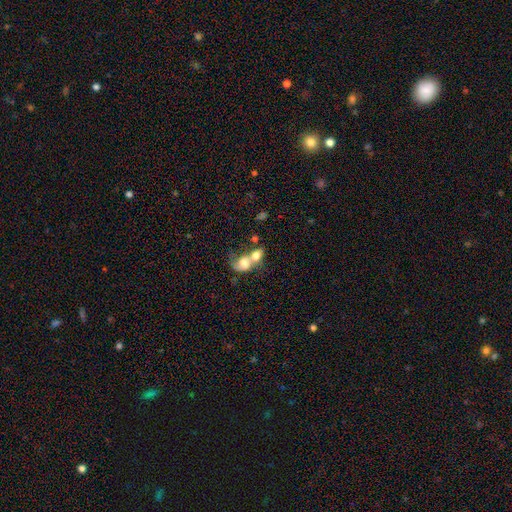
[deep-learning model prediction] smooth 63%, featured or disk 28%, star or artifact 9%. Down the decision tree: how rounded — in between (59%); merging — merger (79%).